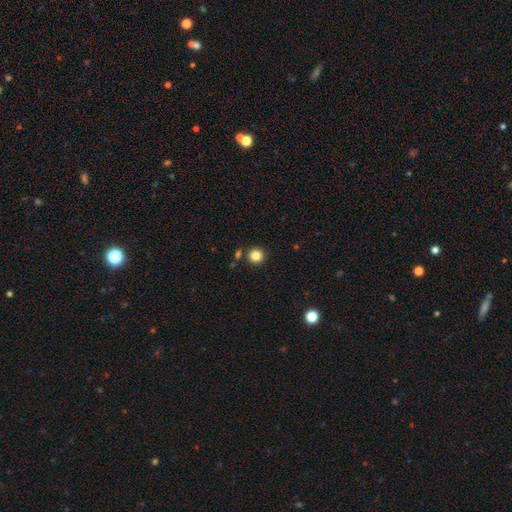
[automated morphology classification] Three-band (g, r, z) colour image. It shows a smooth galaxy with no disk features (85%) that is round (95%). Merging: none (87%).